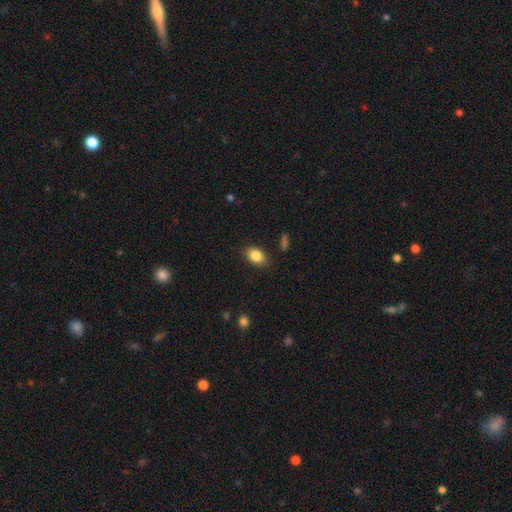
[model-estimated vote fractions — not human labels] Smooth or featured? Predicted: smooth (p=0.85). How rounded? Predicted: in between (p=0.83). Merging? Predicted: none (p=0.85).